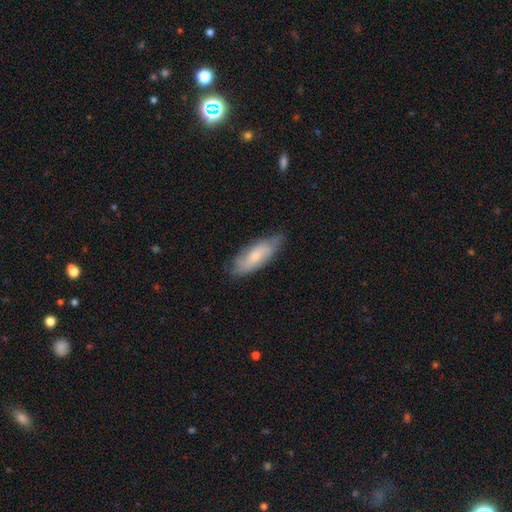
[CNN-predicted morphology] This appears to be a smooth galaxy with no disk features (56%) that is in between round and cigar-shaped (68%). Merging: none (70%).